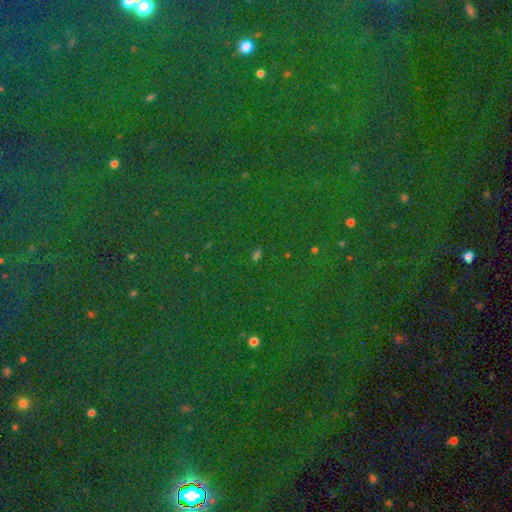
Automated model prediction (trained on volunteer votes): The model was most divided on "smooth or featured": star or artifact: 79%, smooth: 13%, featured or disk: 8%.